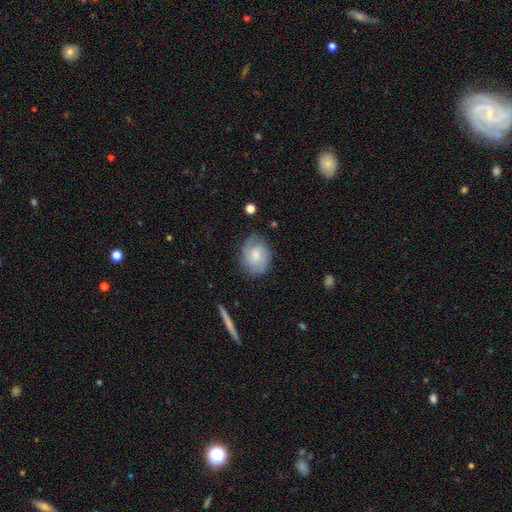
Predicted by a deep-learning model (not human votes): This appears to be a featured or disk galaxy (55%) with no bar (58%), spiral arms (89%) and a moderate central bulge (44%). Merging: none (75%).